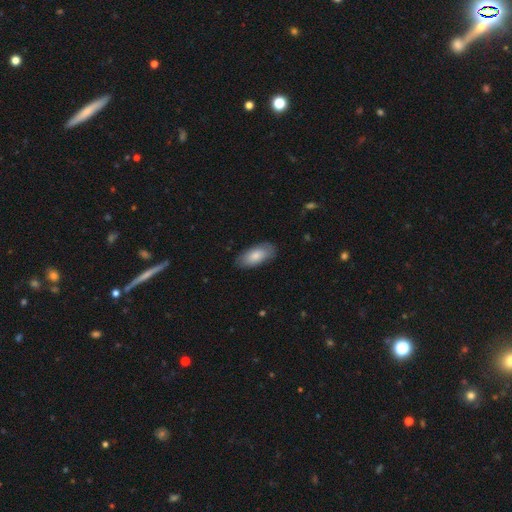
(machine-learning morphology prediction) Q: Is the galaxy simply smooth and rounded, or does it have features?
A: smooth — 81%.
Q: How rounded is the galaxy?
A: in between — 90%.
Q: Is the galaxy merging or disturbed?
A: none — 82%.